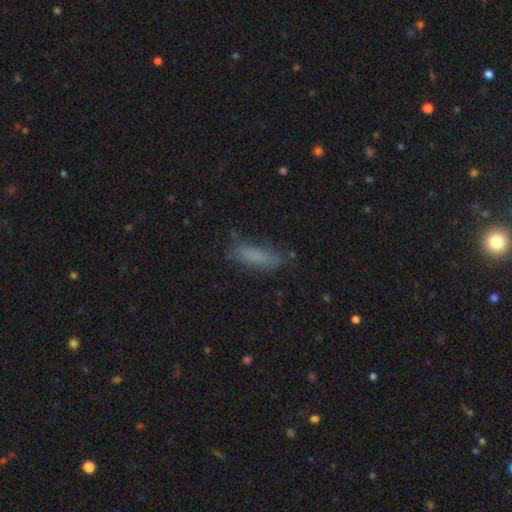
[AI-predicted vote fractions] Overall: smooth (78%). How rounded: cigar-shaped (56%; in between 42%). Merging: none (71%).